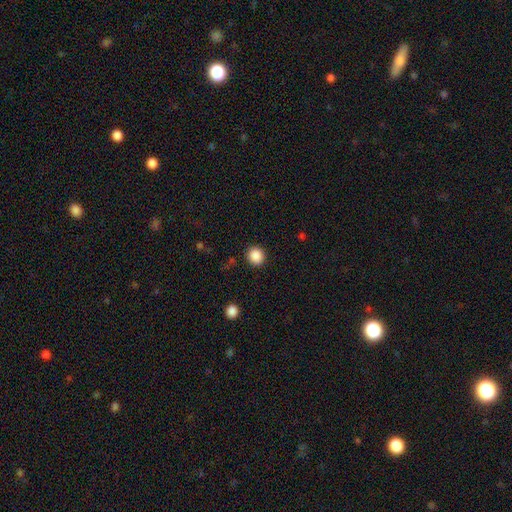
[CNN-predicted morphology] Smooth or featured: smooth — 87% (star or artifact — 10%)
How rounded: round — 89% (in between — 10%)
Merging: none — 90% (minor disturbance — 6%)